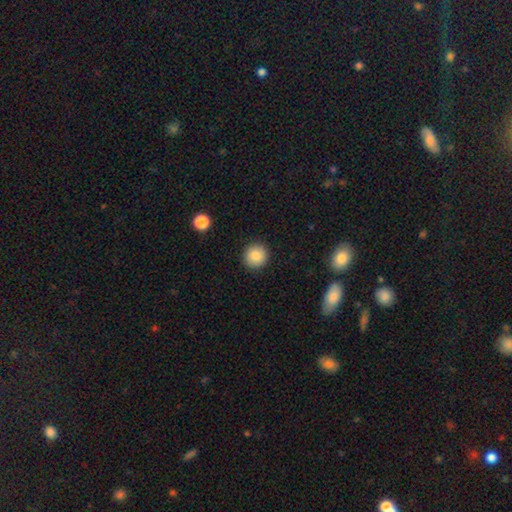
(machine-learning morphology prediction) A smooth galaxy with no disk features (87%) that is round (93%). Merging: none (91%).